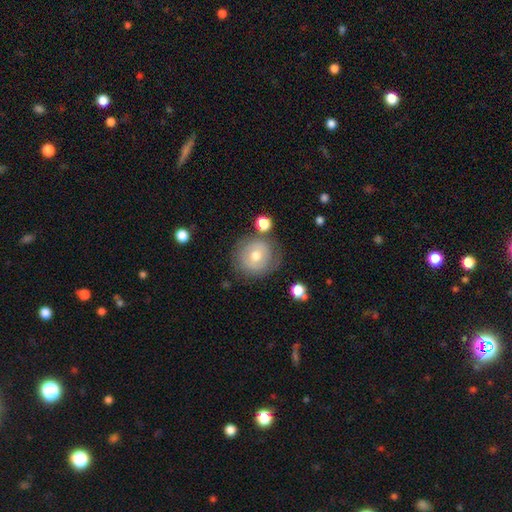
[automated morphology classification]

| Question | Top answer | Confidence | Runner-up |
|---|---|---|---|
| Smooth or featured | smooth | 56% | featured or disk (35%) |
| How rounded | round | 89% | in between (10%) |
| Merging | none | 70% | minor disturbance (17%) |